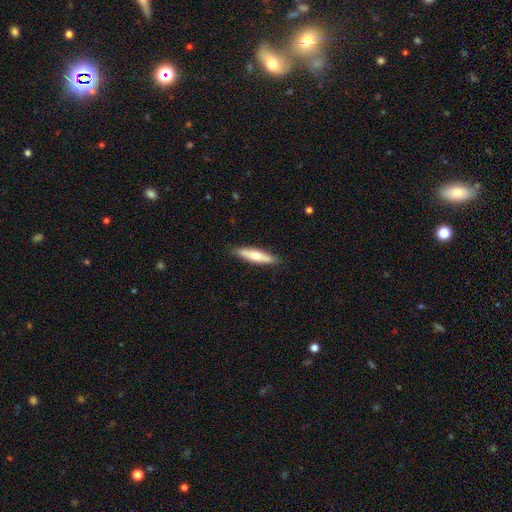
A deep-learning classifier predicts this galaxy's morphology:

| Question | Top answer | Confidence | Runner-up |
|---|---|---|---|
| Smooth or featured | smooth | 58% | featured or disk (37%) |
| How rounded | cigar-shaped | 78% | in between (20%) |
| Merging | none | 87% | minor disturbance (10%) |